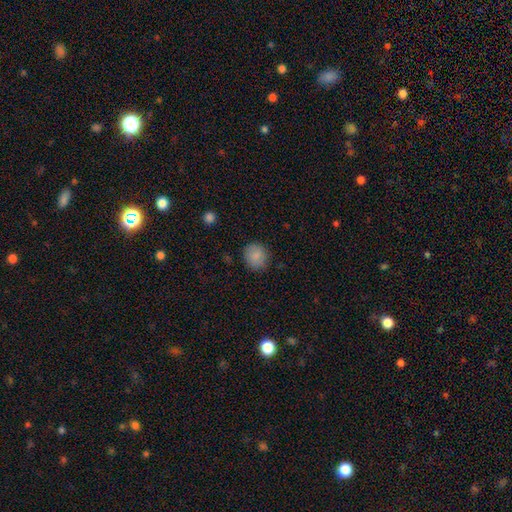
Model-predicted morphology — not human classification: Overall: smooth (86%). How rounded: round (84%). Merging: none (85%).